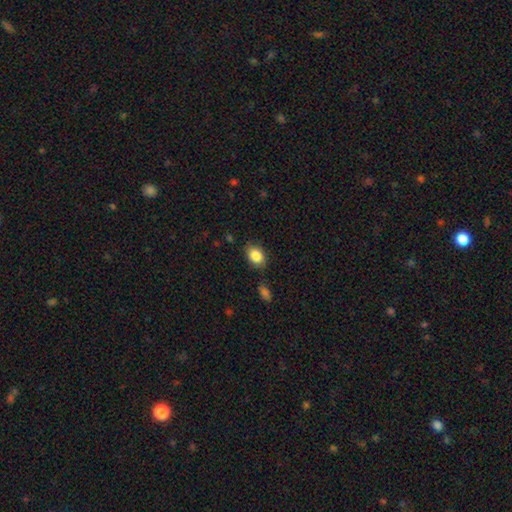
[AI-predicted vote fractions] Smooth or featured: smooth — 86% (star or artifact — 8%)
How rounded: in between — 75% (round — 23%)
Merging: none — 81% (minor disturbance — 13%)